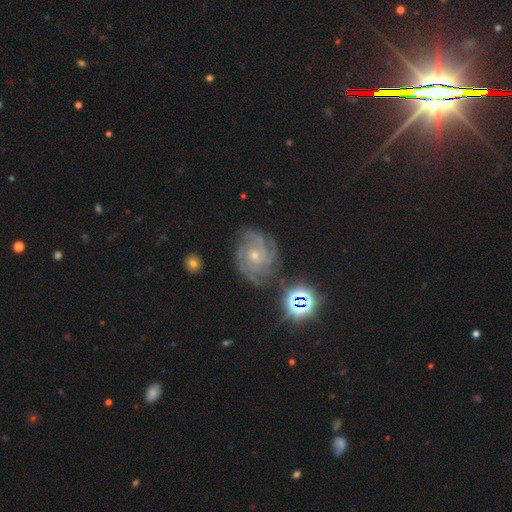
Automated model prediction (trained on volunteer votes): featured or disk 85%, star or artifact 9%, smooth 6%. Down the decision tree: edge-on disk — no (98%); bar — no (70%); spiral arms — yes (98%); spiral arm count — 3 (29%); spiral winding — tight (69%); bulge size — small (62%); merging — none (76%).